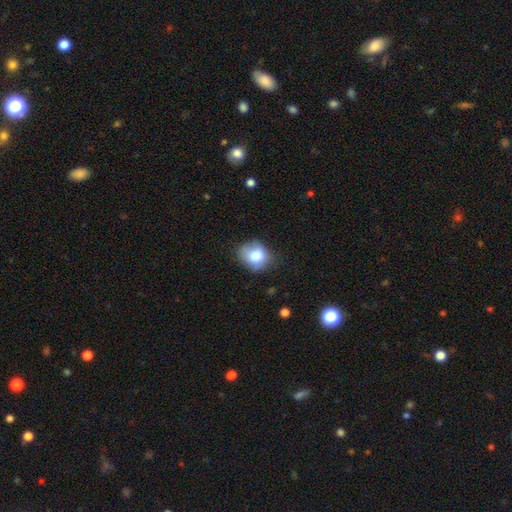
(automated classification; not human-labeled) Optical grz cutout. It shows a smooth galaxy with no disk features (81%) that is round (56%). Merging: none (58%).